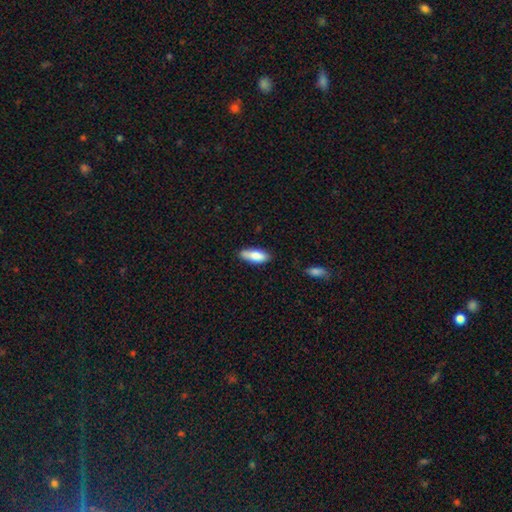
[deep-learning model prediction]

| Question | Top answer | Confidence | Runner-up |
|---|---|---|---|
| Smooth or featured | smooth | 83% | featured or disk (11%) |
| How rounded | in between | 70% | cigar-shaped (29%) |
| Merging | none | 76% | minor disturbance (19%) |